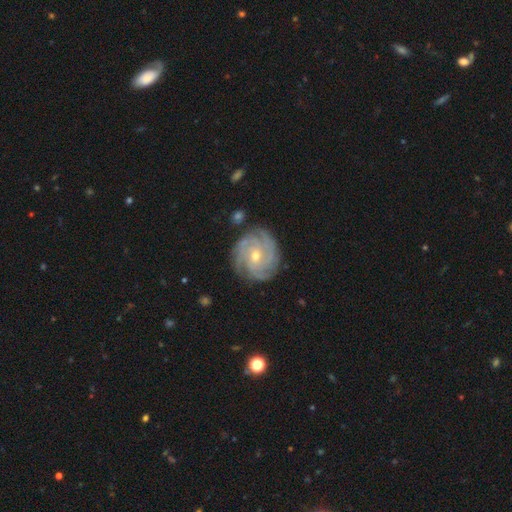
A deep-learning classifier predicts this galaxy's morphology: This is clearly a featured or disk galaxy (88%). It is clearly not viewed edge-on (98%). Bar: possibly no (60%). Spiral arm pattern: clearly yes (98%). Spiral arm count: marginally 4 (32%). Spiral winding: likely tight (76%). Central bulge: possibly small (52%). Merging: clearly none (82%).